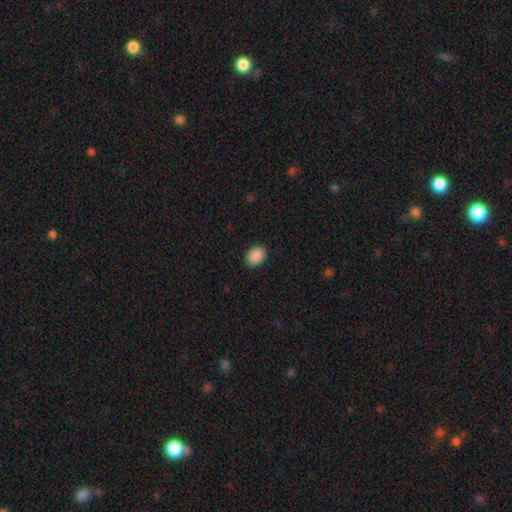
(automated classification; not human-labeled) Overall: smooth (90%). How rounded: in between (64%; round 35%). Merging: none (90%).